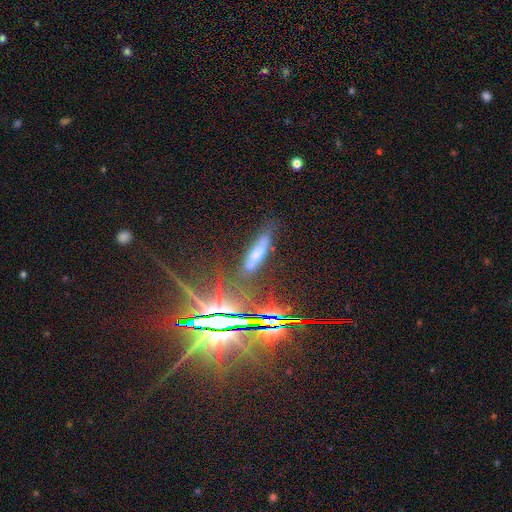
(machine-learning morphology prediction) Smooth or featured?
  - smooth: 37% *
  - star or artifact: 34%
  - featured or disk: 29%
Merging?
  - none: 68% *
  - minor disturbance: 18%
  - major disturbance: 7%
  - merger: 6%